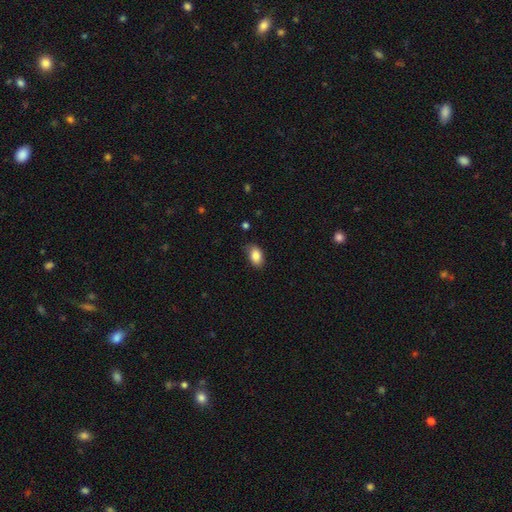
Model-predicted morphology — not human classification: Smooth or featured?
  - smooth: 86% *
  - star or artifact: 8%
  - featured or disk: 7%
How rounded?
  - in between: 89% *
  - round: 10%
  - cigar-shaped: 2%
Merging?
  - none: 76% *
  - minor disturbance: 20%
  - major disturbance: 3%
  - merger: 1%